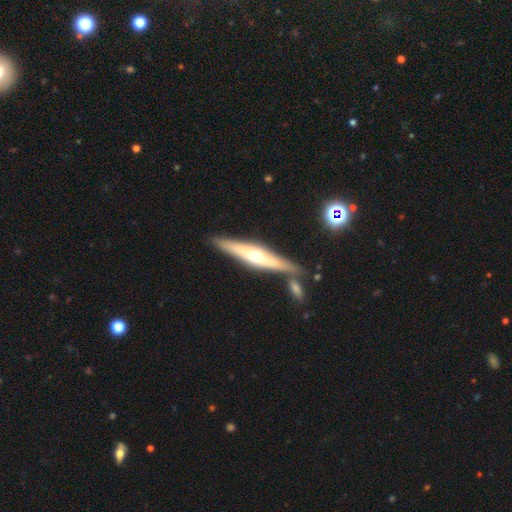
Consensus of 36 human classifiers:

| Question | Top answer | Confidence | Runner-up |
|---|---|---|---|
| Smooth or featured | featured or disk | 83% | smooth (14%) |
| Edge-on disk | yes | 97% | no (3%) |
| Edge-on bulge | rounded | 97% | boxy (3%) |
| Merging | none | 80% | merger (14%) |